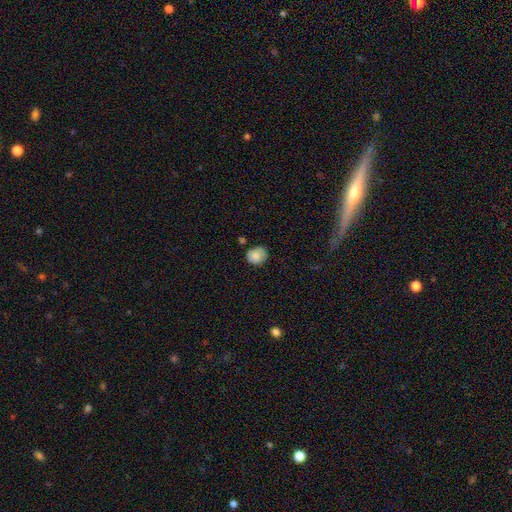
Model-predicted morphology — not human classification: smooth-or-featured: smooth: 73% | featured or disk: 19% | star or artifact: 8%
  how-rounded: round: 75% | in between: 24% | cigar-shaped: 1%
  merging: none: 71% | minor disturbance: 21% | major disturbance: 4% | merger: 4%